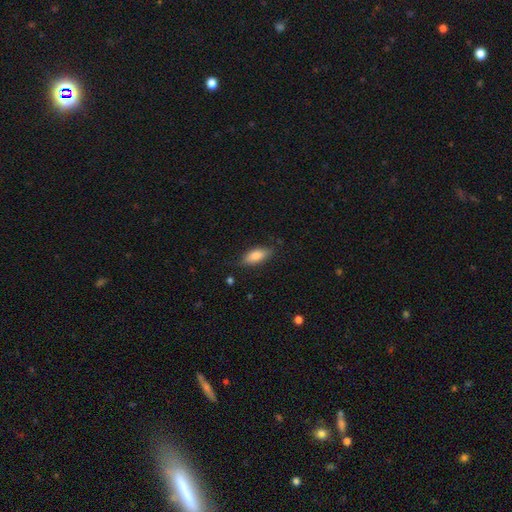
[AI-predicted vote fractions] smooth 81%, featured or disk 12%, star or artifact 7%. Down the decision tree: how rounded — in between (83%); merging — none (79%).